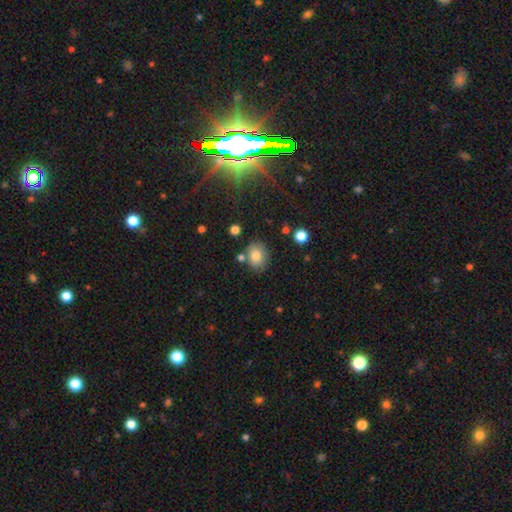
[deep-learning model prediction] smooth_or_featured: smooth (p=0.80) [alt: star or artifact p=0.11]
how_rounded: round (p=0.62) [alt: in between p=0.37]
merging: none (p=0.75) [alt: minor disturbance p=0.13]